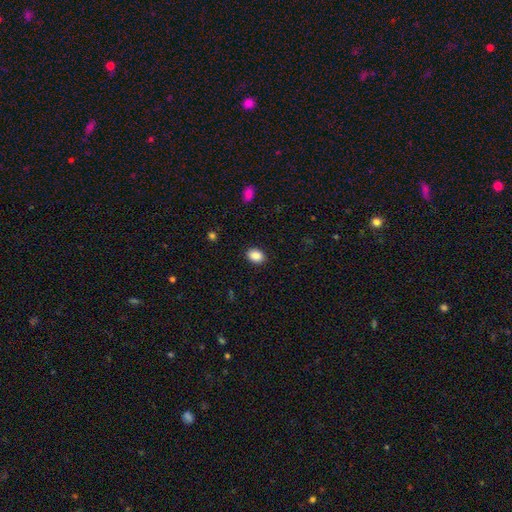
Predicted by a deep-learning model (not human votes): smooth-or-featured: smooth: 88% | star or artifact: 8% | featured or disk: 4%
  how-rounded: in between: 68% | round: 31% | cigar-shaped: 1%
  merging: none: 90% | minor disturbance: 7% | major disturbance: 2% | merger: 1%